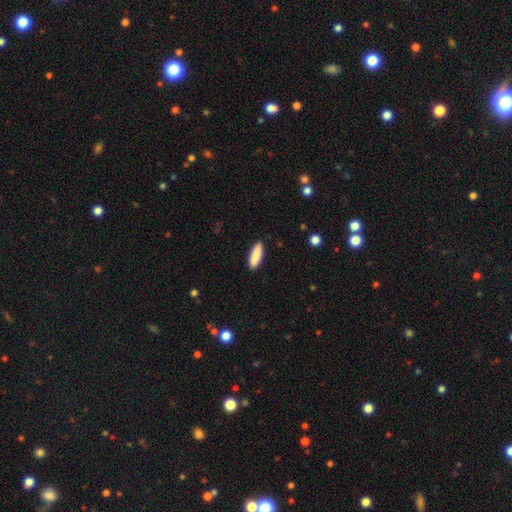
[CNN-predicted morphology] This appears to be a smooth galaxy with no disk features (88%) that is cigar-shaped (58%). Merging: none (90%).